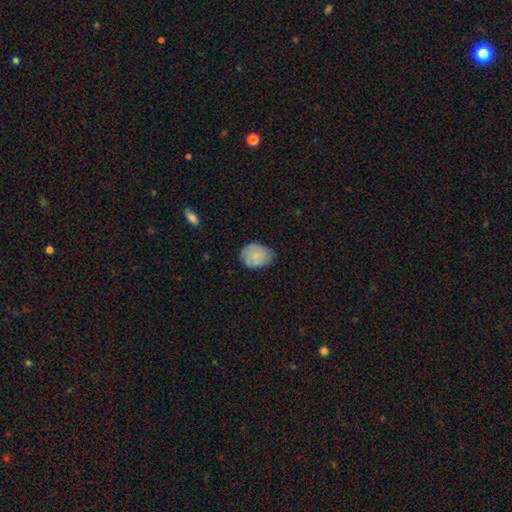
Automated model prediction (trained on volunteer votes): Q: Smooth or featured?
A: smooth (69%); runner-up: featured or disk (23%)
Q: How rounded?
A: in between (57%); runner-up: round (41%)
Q: Merging?
A: none (66%); runner-up: minor disturbance (27%)